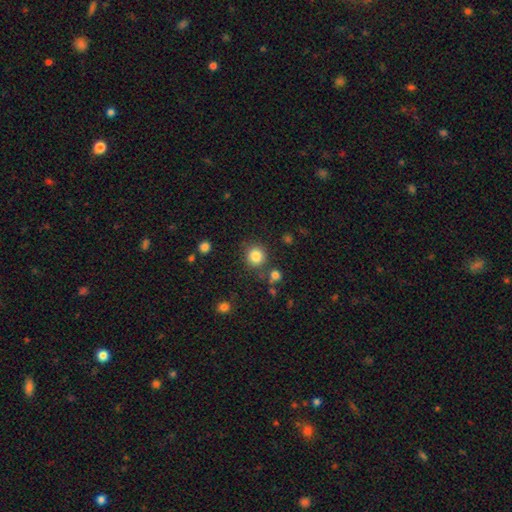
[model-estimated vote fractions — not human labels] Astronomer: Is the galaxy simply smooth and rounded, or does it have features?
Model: smooth — 84%.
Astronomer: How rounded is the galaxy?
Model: round — 90%.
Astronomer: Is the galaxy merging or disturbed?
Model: none — 82%.